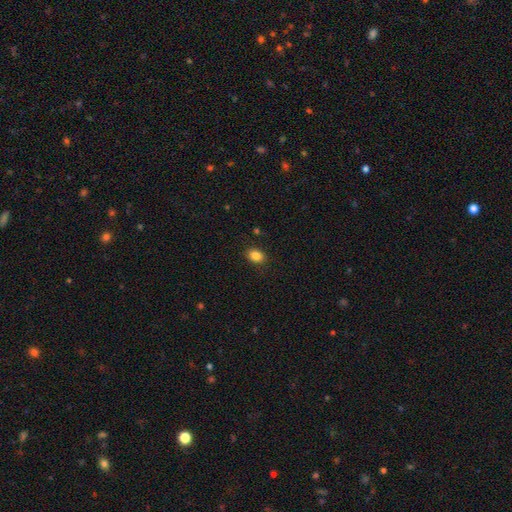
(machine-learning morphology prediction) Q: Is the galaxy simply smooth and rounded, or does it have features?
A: smooth — 85%.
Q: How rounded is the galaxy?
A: in between — 72%.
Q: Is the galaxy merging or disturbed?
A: none — 88%.